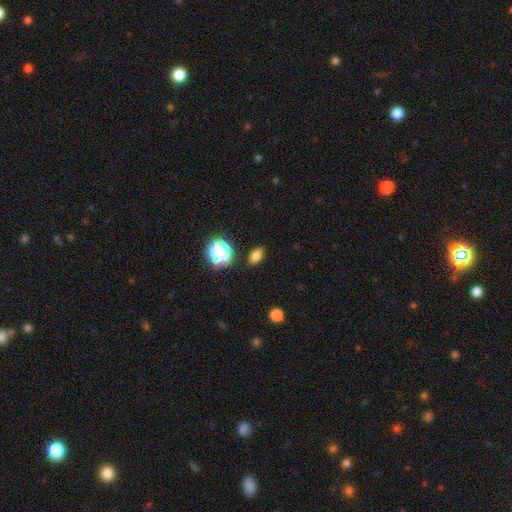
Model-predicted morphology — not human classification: This is likely a smooth galaxy (76%). How rounded: clearly in between (81%). Merging: clearly none (87%).